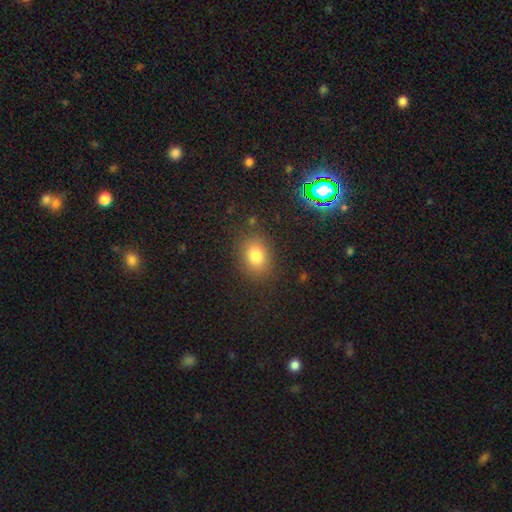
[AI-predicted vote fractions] Smooth or featured: smooth — 80% (star or artifact — 12%)
How rounded: in between — 59% (round — 40%)
Merging: none — 83% (minor disturbance — 11%)